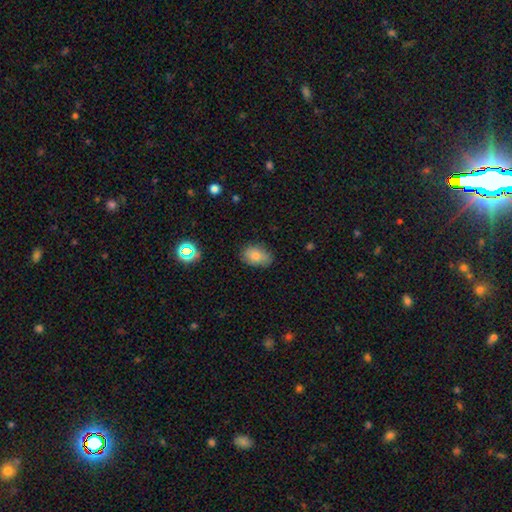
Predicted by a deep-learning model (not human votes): smooth 81%, star or artifact 10%, featured or disk 9%. Down the decision tree: how rounded — in between (84%); merging — none (76%).